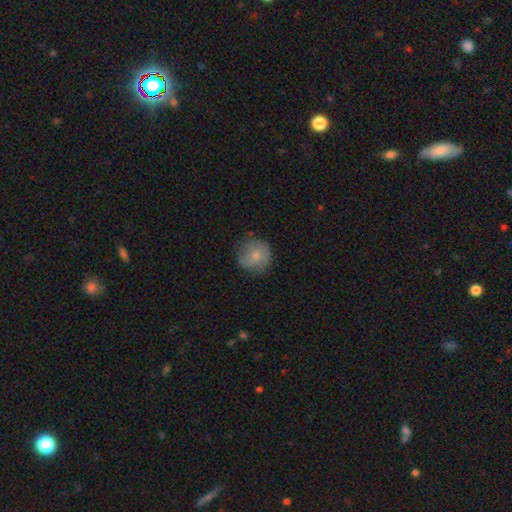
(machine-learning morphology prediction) A smooth galaxy with no disk features (64%) that is round (88%). Merging: none (68%).